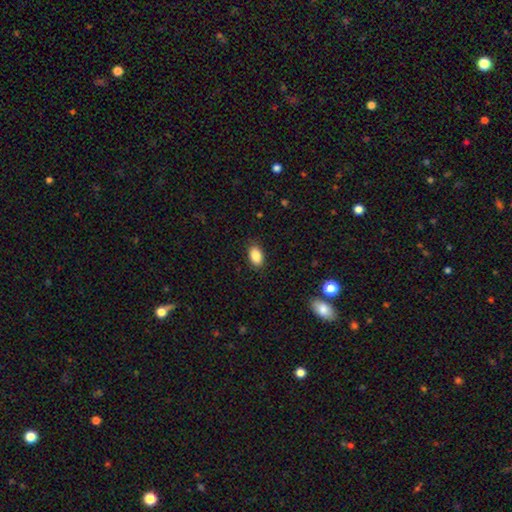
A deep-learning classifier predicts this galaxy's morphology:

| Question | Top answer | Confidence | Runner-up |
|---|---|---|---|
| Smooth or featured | smooth | 88% | star or artifact (8%) |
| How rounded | in between | 91% | round (7%) |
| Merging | none | 88% | minor disturbance (9%) |